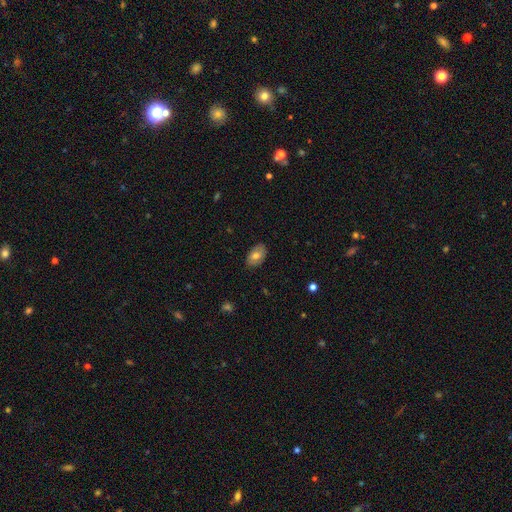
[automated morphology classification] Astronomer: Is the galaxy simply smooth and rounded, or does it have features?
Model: smooth — 71%.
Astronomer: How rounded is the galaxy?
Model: in between — 90%.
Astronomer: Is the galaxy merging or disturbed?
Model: none — 85%.